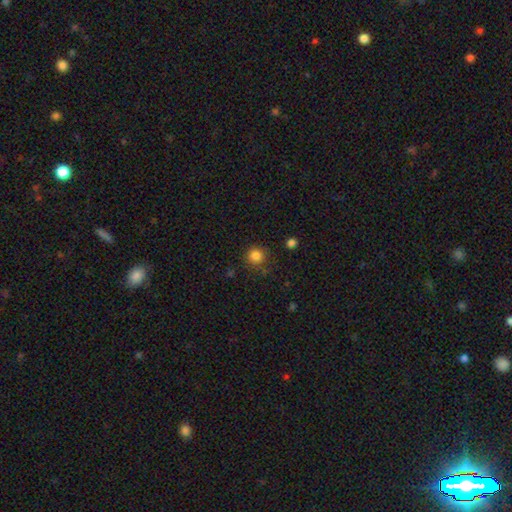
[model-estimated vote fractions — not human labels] Morphology: type=smooth (84%); roundness=round (93%); merging=none (82%).